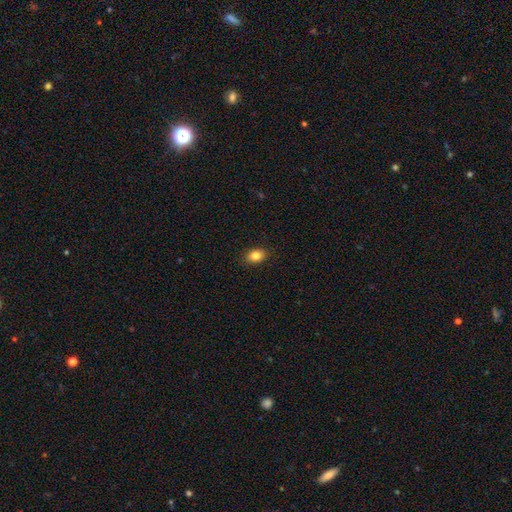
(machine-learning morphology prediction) Overall: smooth (84%). How rounded: in between (76%). Merging: none (89%).